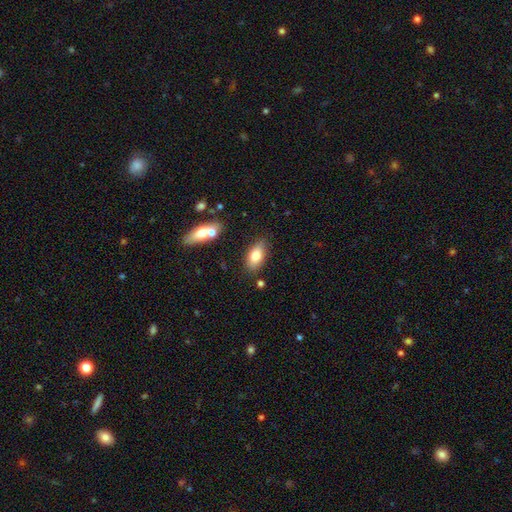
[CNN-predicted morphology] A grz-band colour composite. It shows a smooth galaxy with no disk features (76%) that is in between round and cigar-shaped (89%). Merging: none (78%).